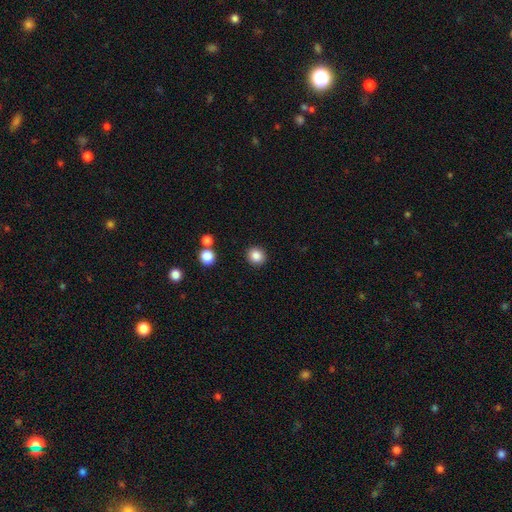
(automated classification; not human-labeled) A smooth galaxy with no disk features (85%) that is round (88%). Merging: none (91%).